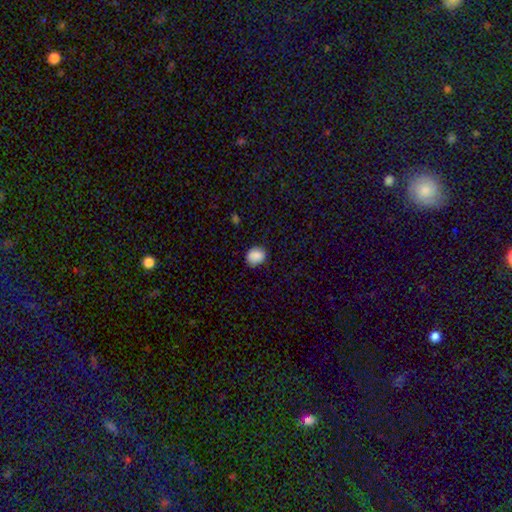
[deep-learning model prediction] Q: Smooth or featured?
A: smooth (87%); runner-up: star or artifact (8%)
Q: How rounded?
A: round (64%); runner-up: in between (35%)
Q: Merging?
A: none (80%); runner-up: minor disturbance (16%)